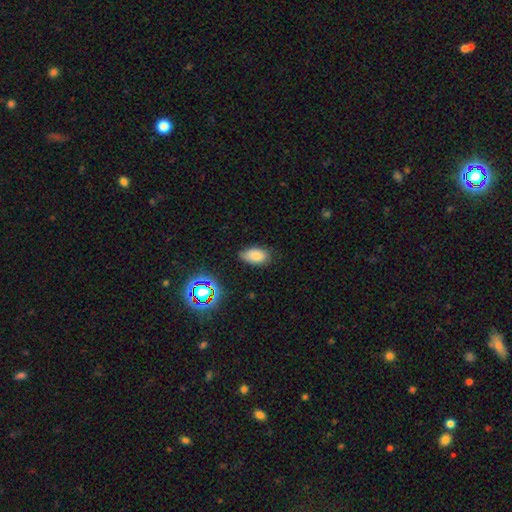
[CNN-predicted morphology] Smooth or featured? smooth (78%)
How rounded? in between (92%)
Merging? none (73%)